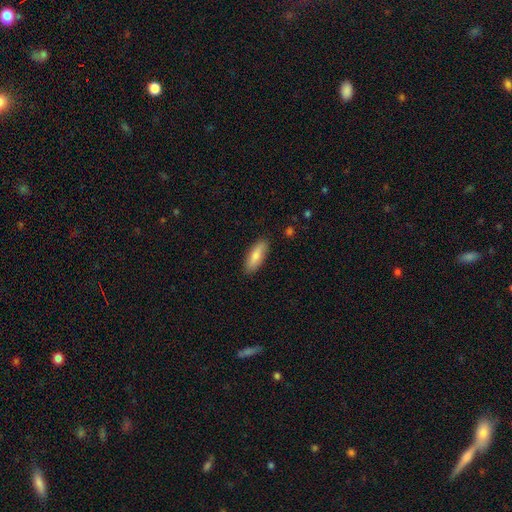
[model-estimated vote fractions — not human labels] Smooth or featured?
  - smooth: 79% *
  - featured or disk: 15%
  - star or artifact: 6%
How rounded?
  - in between: 62% *
  - cigar-shaped: 36%
  - round: 2%
Merging?
  - none: 86% *
  - minor disturbance: 10%
  - major disturbance: 2%
  - merger: 1%